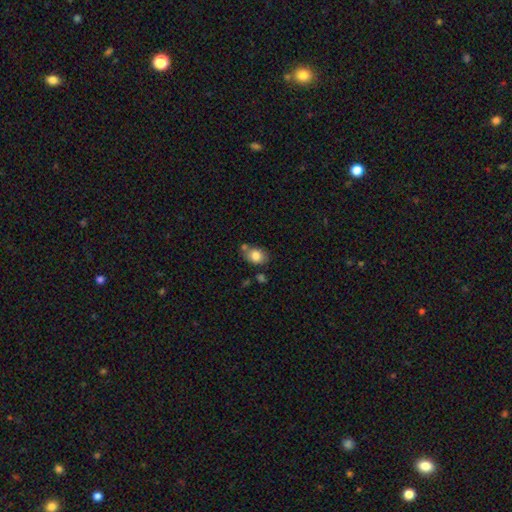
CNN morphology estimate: Q: Smooth or featured?
A: smooth (80%); runner-up: featured or disk (11%)
Q: How rounded?
A: in between (67%); runner-up: round (31%)
Q: Merging?
A: none (57%); runner-up: minor disturbance (19%)